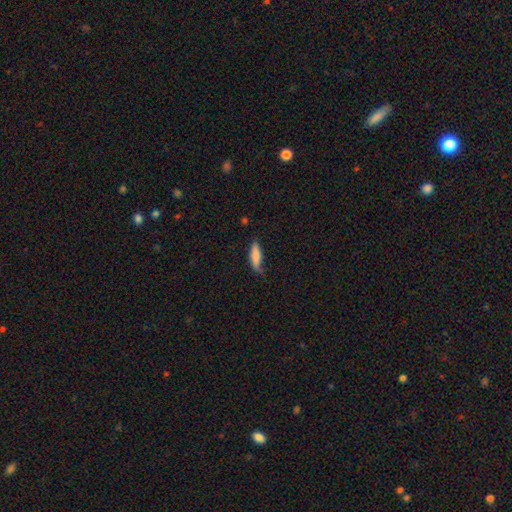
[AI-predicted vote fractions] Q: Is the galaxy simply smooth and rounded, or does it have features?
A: smooth — 82%.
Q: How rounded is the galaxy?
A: cigar-shaped — 61%.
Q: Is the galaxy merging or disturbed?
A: none — 61%.